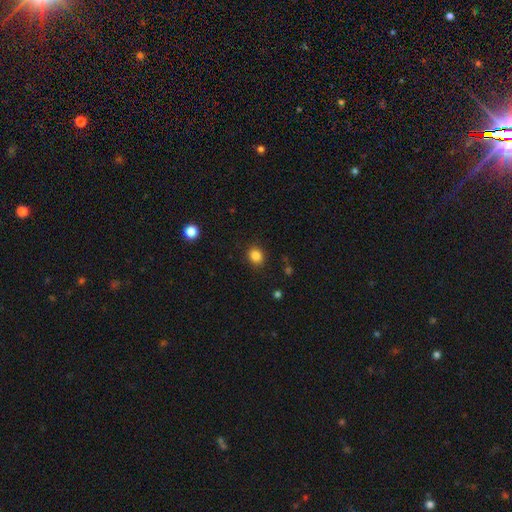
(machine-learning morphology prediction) Q: Smooth or featured?
A: smooth (85%); runner-up: star or artifact (11%)
Q: How rounded?
A: round (71%); runner-up: in between (29%)
Q: Merging?
A: none (88%); runner-up: minor disturbance (8%)